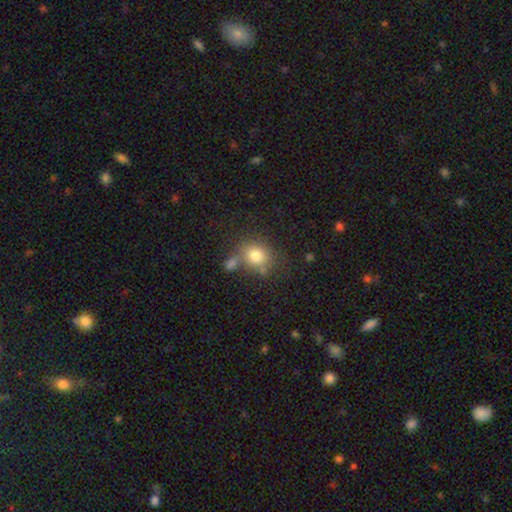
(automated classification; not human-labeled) smooth 78%, star or artifact 11%, featured or disk 11%. Down the decision tree: how rounded — round (73%); merging — none (59%).